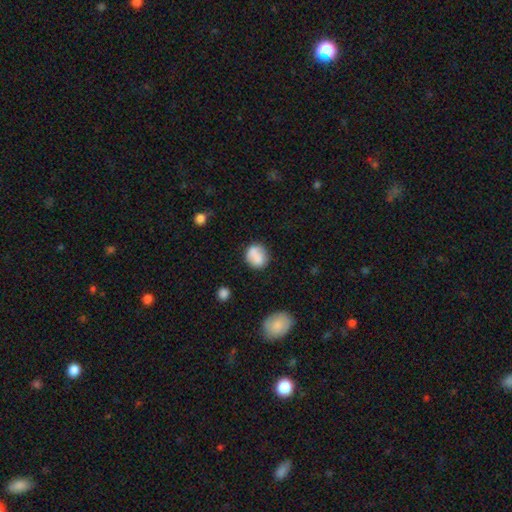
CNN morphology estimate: Smooth or featured? smooth (77%)
How rounded? round (68%)
Merging? none (61%)